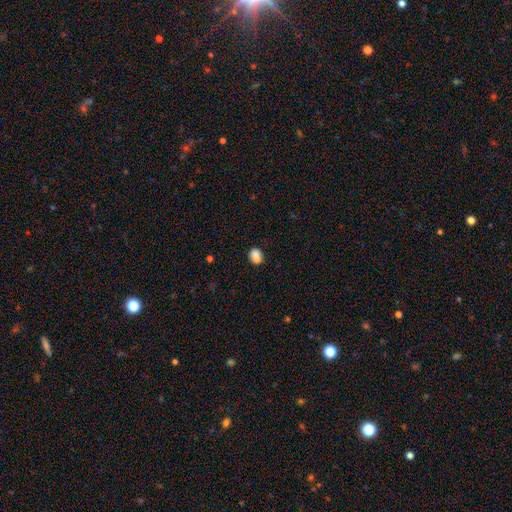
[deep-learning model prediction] A smooth galaxy with no disk features (86%) that is in between round and cigar-shaped (56%). Merging: none (74%).